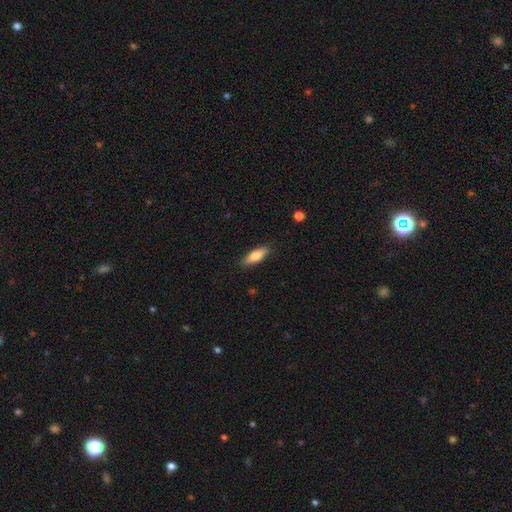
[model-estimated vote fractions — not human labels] This is likely a smooth galaxy (73%). How rounded: possibly in between (59%). Merging: clearly none (87%).